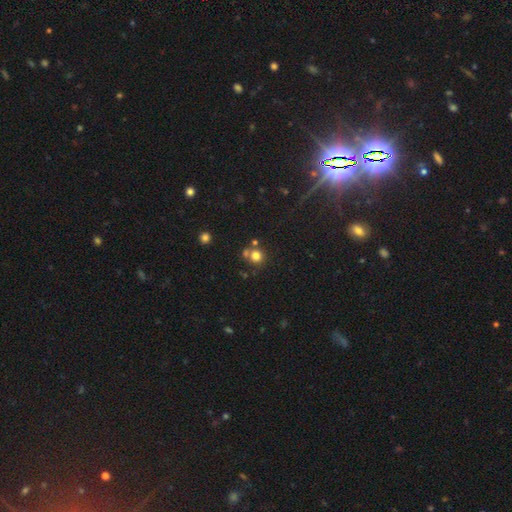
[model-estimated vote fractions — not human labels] smooth_or_featured: smooth (p=0.76) [alt: star or artifact p=0.15]
how_rounded: round (p=0.90) [alt: in between p=0.09]
merging: none (p=0.63) [alt: merger p=0.26]